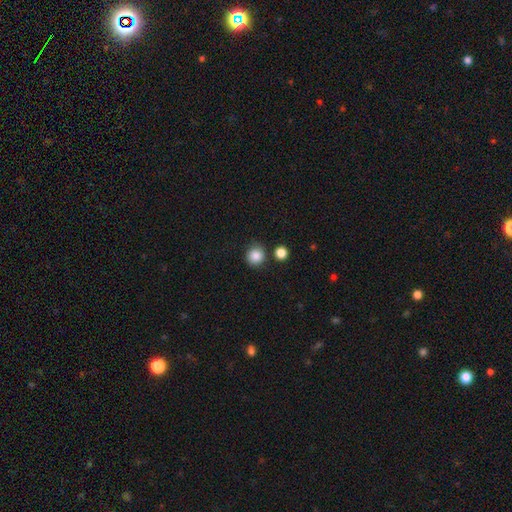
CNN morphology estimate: A smooth galaxy with no disk features (86%) that is round (91%).

Vote fractions:
- Smooth or featured? smooth: 86% / star or artifact: 9% / featured or disk: 5%
- How rounded? round: 91% / in between: 8% / cigar-shaped: 1%
- Merging? none: 79% / minor disturbance: 11% / merger: 7% / major disturbance: 3%